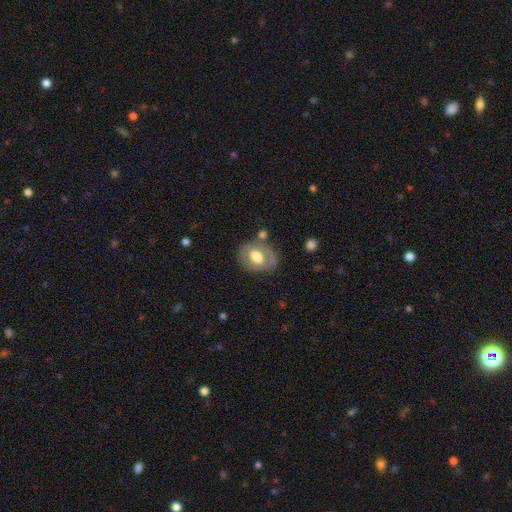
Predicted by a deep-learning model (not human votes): smooth_or_featured: featured or disk (p=0.52) [alt: smooth p=0.41]
disk_edge_on: no (p=0.94) [alt: yes p=0.06]
merging: none (p=0.67) [alt: minor disturbance p=0.19]